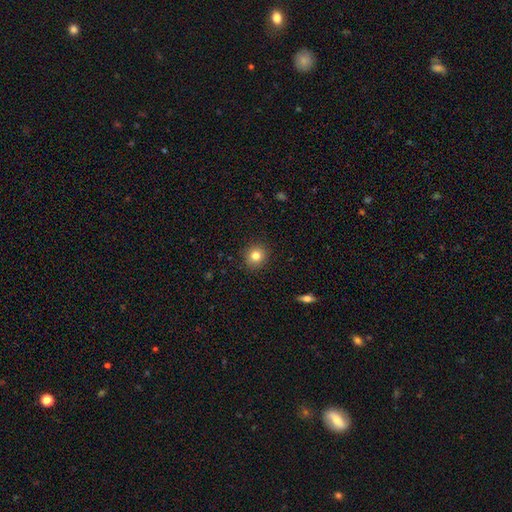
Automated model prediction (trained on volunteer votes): Q: Smooth or featured?
A: smooth (81%); runner-up: star or artifact (11%)
Q: How rounded?
A: round (90%); runner-up: in between (9%)
Q: Merging?
A: none (91%); runner-up: minor disturbance (6%)